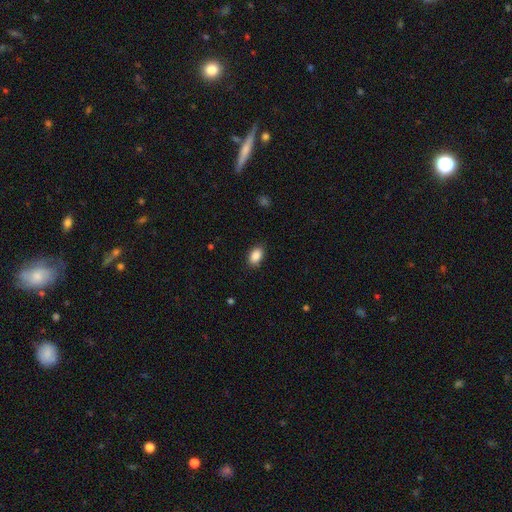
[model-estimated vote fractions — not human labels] smooth 89%, star or artifact 8%, featured or disk 3%. Down the decision tree: how rounded — in between (87%); merging — none (86%).